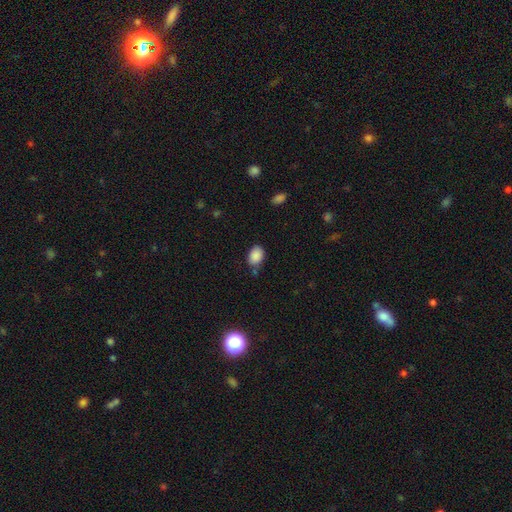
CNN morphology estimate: This is clearly a smooth galaxy (88%). How rounded: likely in between (79%). Merging: likely none (73%).